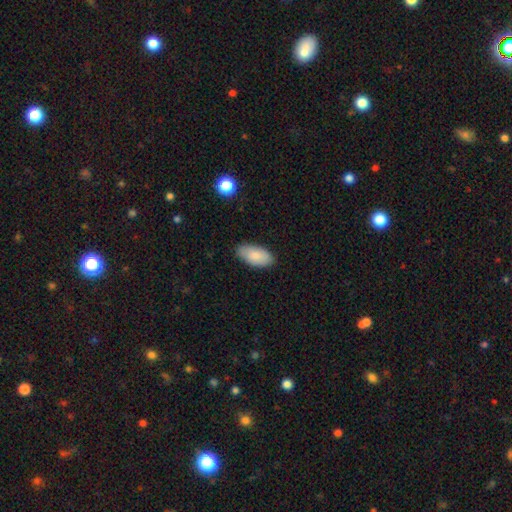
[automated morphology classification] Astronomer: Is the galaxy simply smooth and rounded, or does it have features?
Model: smooth — 84%.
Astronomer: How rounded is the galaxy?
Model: in between — 94%.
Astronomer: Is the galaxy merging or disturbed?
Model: none — 82%.